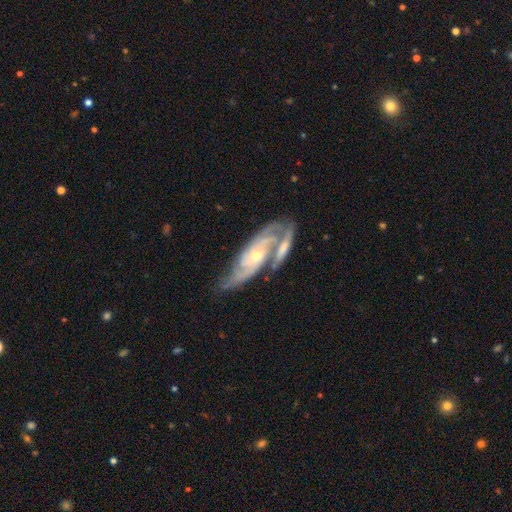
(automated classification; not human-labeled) A featured or disk galaxy (86%) with no bar (61%), 2 (53%) tight (49%) spiral arms (96%) and a moderate central bulge (48%).

Vote fractions:
- Smooth or featured? featured or disk: 86% / smooth: 9% / star or artifact: 5%
- Edge-on disk? no: 91% / yes: 9%
- Bar? no: 61% / weak: 29% / strong: 10%
- Spiral arms? yes: 96% / no: 4%
- Spiral winding? tight: 49% / medium: 40% / loose: 11%
- Spiral arm count? 2: 53% / 3: 18% / can't tell: 18% / 4: 4% / 1: 4% / more than 4: 3%
- Bulge size? moderate: 48% / small: 47% / large: 2% / none: 1% / dominant: 1%
- Merging? none: 40% / merger: 36% / minor disturbance: 16% / major disturbance: 8%